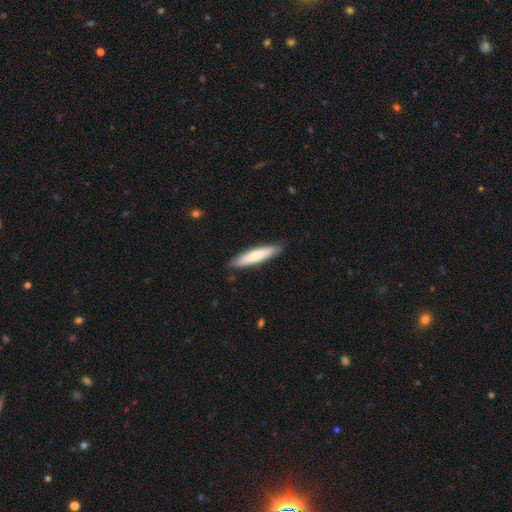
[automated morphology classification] smooth 71%, featured or disk 24%, star or artifact 5%. Down the decision tree: how rounded — cigar-shaped (83%); merging — none (88%).